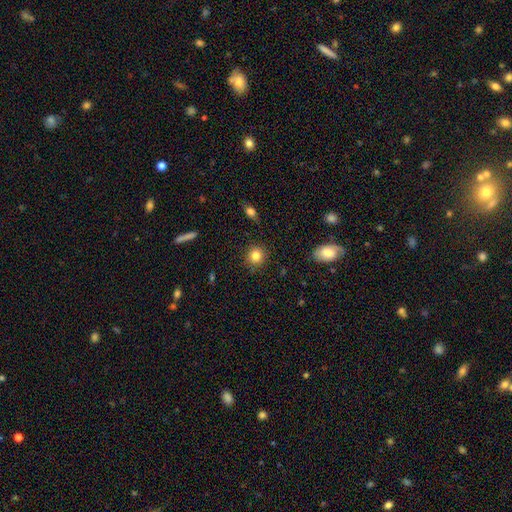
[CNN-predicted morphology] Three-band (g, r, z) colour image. It shows a smooth galaxy with no disk features (84%) that is round (86%). Merging: none (89%).